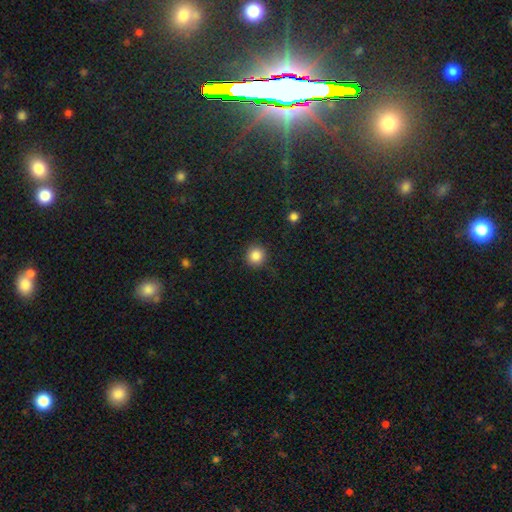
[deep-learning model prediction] The model was most divided on "smooth or featured": smooth: 86%, star or artifact: 10%, featured or disk: 4%. More confident: how rounded — round (93%); merging — none (89%).